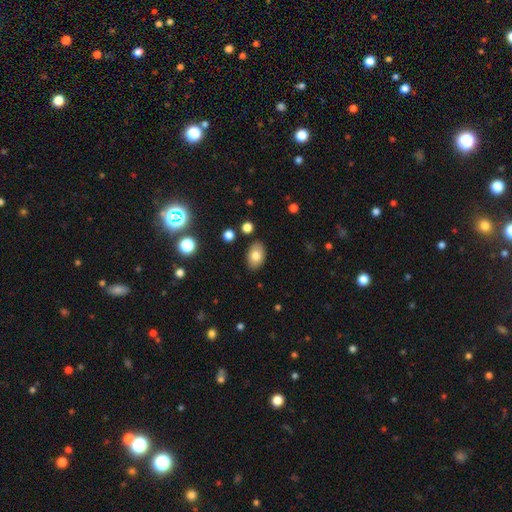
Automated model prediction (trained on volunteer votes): smooth 76%, featured or disk 14%, star or artifact 9%. Down the decision tree: how rounded — in between (88%); merging — none (86%).